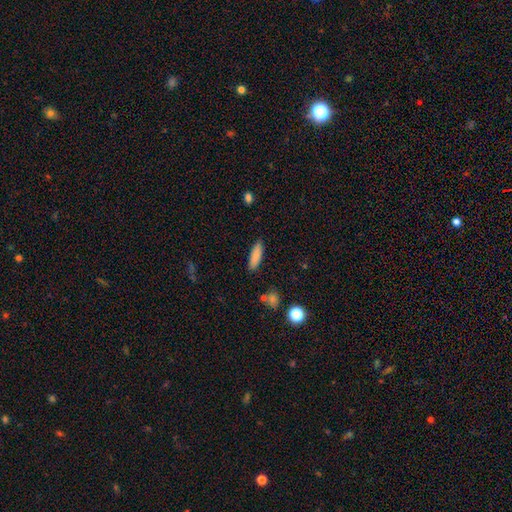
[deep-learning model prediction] smooth 85%, featured or disk 8%, star or artifact 7%. Down the decision tree: how rounded — cigar-shaped (55%); merging — none (88%).